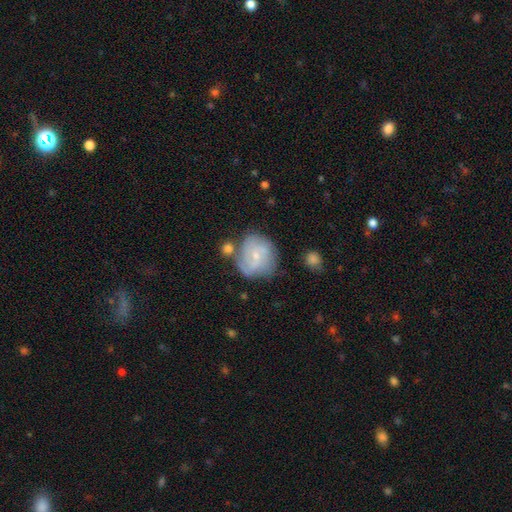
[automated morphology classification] This appears to be a featured or disk galaxy (67%) with no bar (53%), tight (48%) spiral arms (87%) and a small central bulge (72%). Merging: none (59%).